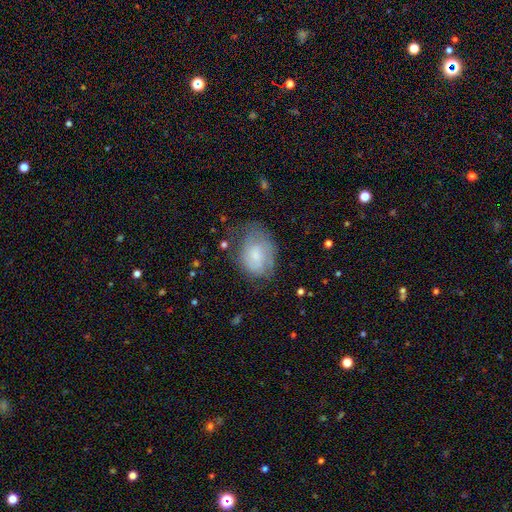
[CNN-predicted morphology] Overall: featured or disk (47%; smooth 45%). Merging: none (50%; minor disturbance 30%).